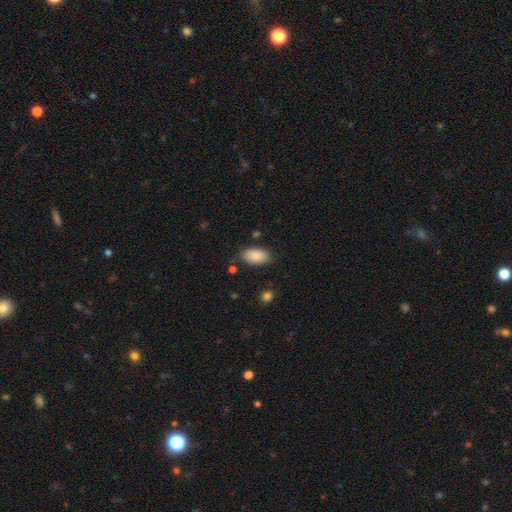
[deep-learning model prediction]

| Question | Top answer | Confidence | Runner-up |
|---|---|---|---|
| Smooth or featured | smooth | 86% | star or artifact (7%) |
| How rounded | in between | 94% | round (4%) |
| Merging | none | 81% | minor disturbance (13%) |